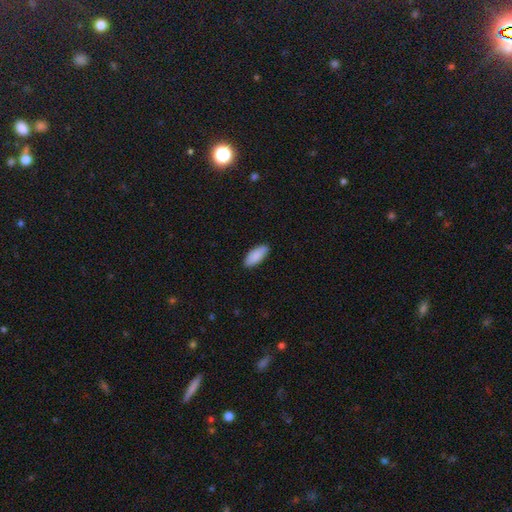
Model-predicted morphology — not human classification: Q: Smooth or featured?
A: smooth (90%); runner-up: star or artifact (5%)
Q: How rounded?
A: in between (84%); runner-up: cigar-shaped (14%)
Q: Merging?
A: none (88%); runner-up: minor disturbance (9%)